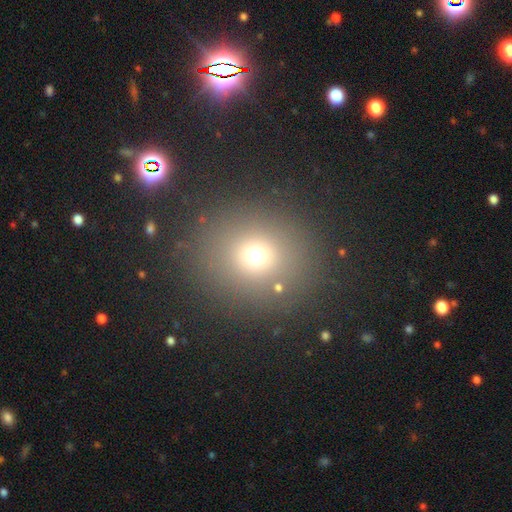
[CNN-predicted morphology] A smooth galaxy with no disk features (68%) that is round (80%). Merging: none (83%).